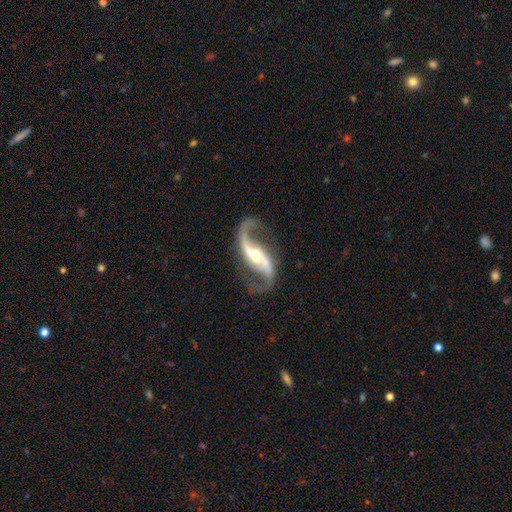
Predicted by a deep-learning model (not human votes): This appears to be a featured or disk galaxy (93%) with a strong bar (45%), 2 (94%) loose (76%) spiral arms (98%) and a moderate central bulge (48%). Merging: none (79%).